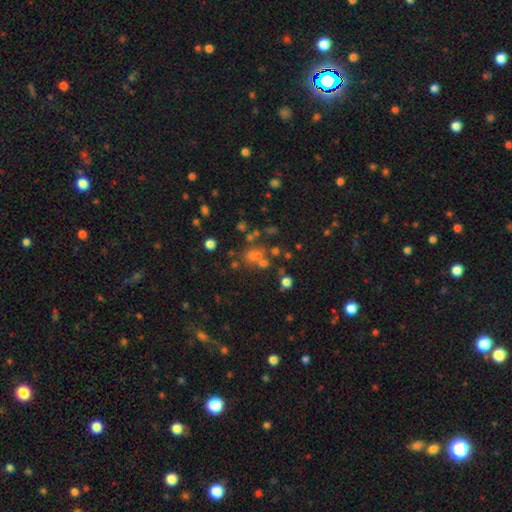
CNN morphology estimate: type=smooth (44%); merging=none (51%).